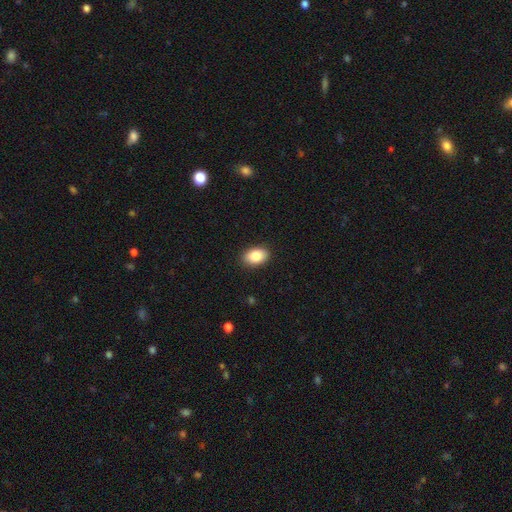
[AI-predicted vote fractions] smooth_or_featured: smooth (p=0.86) [alt: star or artifact p=0.08]
how_rounded: in between (p=0.87) [alt: round p=0.11]
merging: none (p=0.89) [alt: minor disturbance p=0.08]